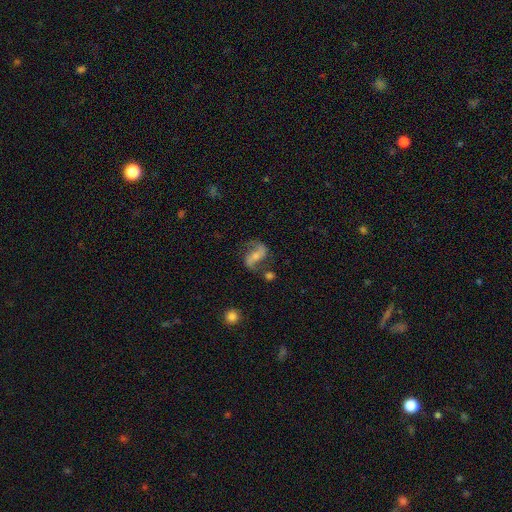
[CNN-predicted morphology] Smooth or featured? Predicted: featured or disk (p=0.80). Edge-on disk? Predicted: no (p=0.97). Bar? Predicted: weak (p=0.35). Spiral arms? Predicted: yes (p=0.94). Spiral winding? Predicted: loose (p=0.63). Spiral arm count? Predicted: 2 (p=0.92). Bulge size? Predicted: small (p=0.47). Merging? Predicted: none (p=0.65).